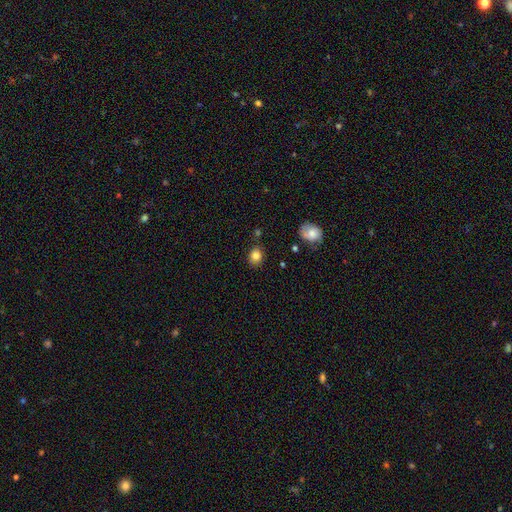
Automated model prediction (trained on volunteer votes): Overall: smooth (83%). How rounded: round (59%; in between 40%). Merging: none (81%).